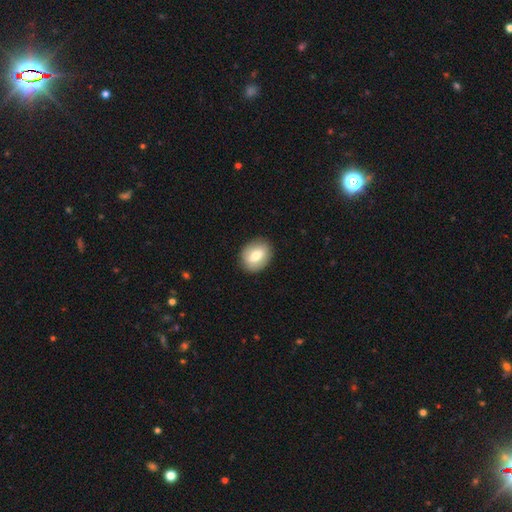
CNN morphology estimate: type=smooth (65%); roundness=in between (58%); merging=none (88%).